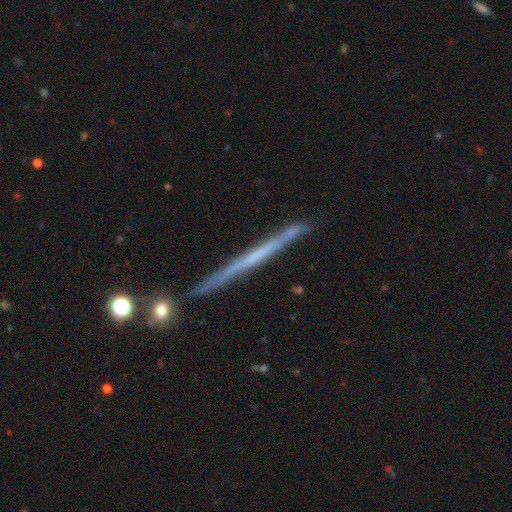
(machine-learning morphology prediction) This appears to be a featured or disk galaxy (61%) viewed edge-on (97%) with no central bulge (90%). Merging: none (86%).